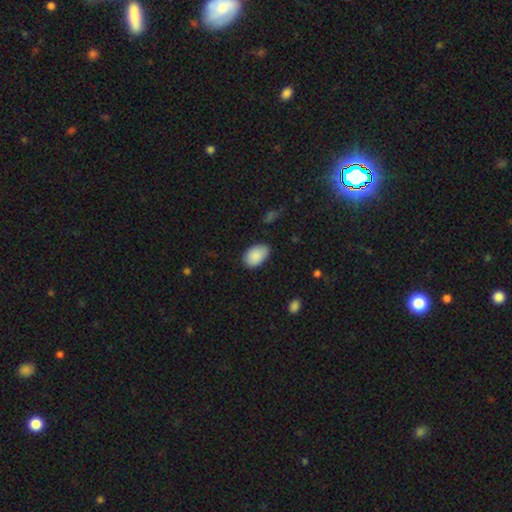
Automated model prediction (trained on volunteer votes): Smooth or featured? Predicted: smooth (p=0.89). How rounded? Predicted: in between (p=0.89). Merging? Predicted: none (p=0.77).